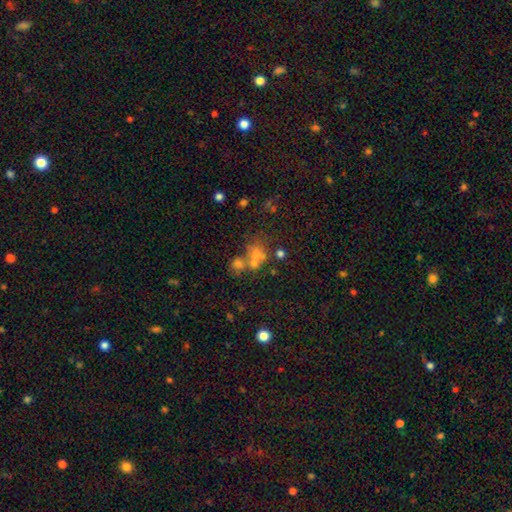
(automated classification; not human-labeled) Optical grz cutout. It shows a smooth galaxy with no disk features (46%). Merging: merger (42%).